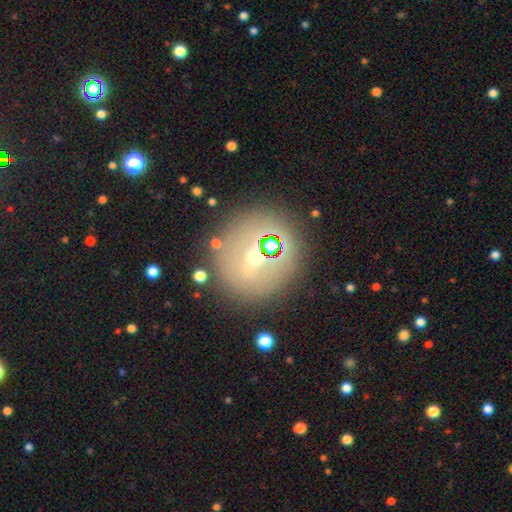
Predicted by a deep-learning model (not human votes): This appears to be a smooth galaxy with no disk features (38%, tied with featured or disk). Merging: none (80%).